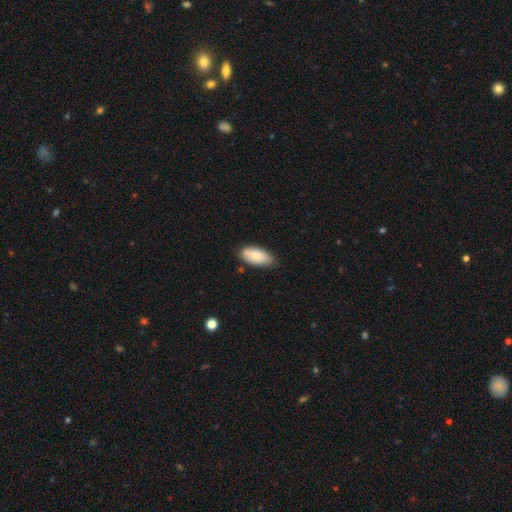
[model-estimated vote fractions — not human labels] Smooth or featured? Predicted: smooth (p=0.80). How rounded? Predicted: in between (p=0.91). Merging? Predicted: none (p=0.75).